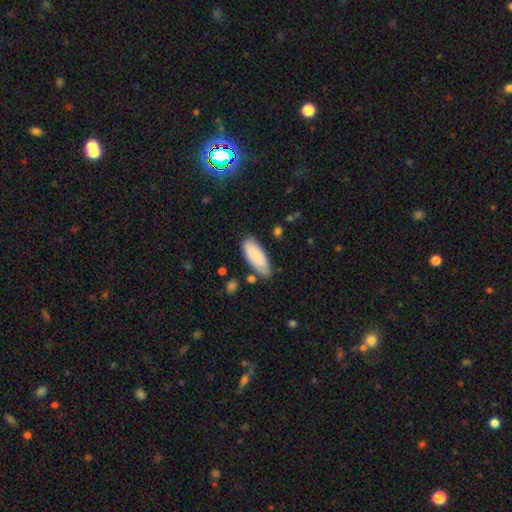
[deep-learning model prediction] Q: Smooth or featured?
A: smooth (85%); runner-up: featured or disk (9%)
Q: How rounded?
A: in between (74%); runner-up: cigar-shaped (24%)
Q: Merging?
A: none (76%); runner-up: minor disturbance (17%)